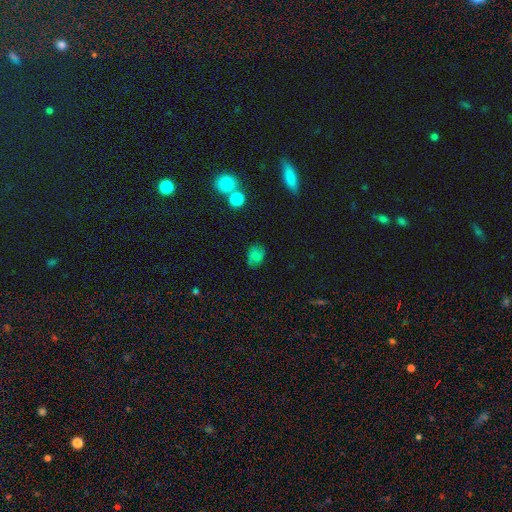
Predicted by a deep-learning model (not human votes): Smooth or featured? smooth (71%)
How rounded? in between (56%)
Merging? none (67%)